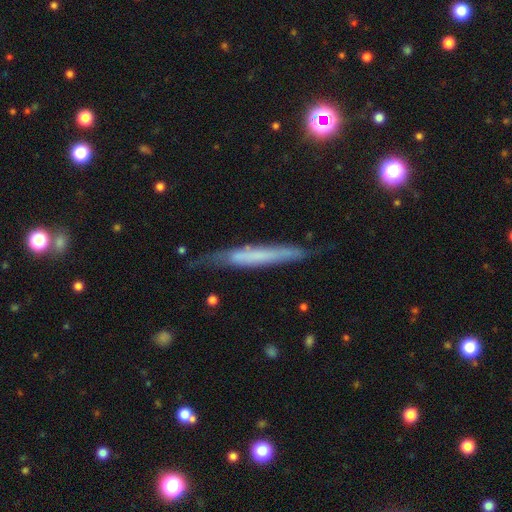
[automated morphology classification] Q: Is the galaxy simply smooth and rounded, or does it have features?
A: smooth — 48%.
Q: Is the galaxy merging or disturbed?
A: none — 69%.